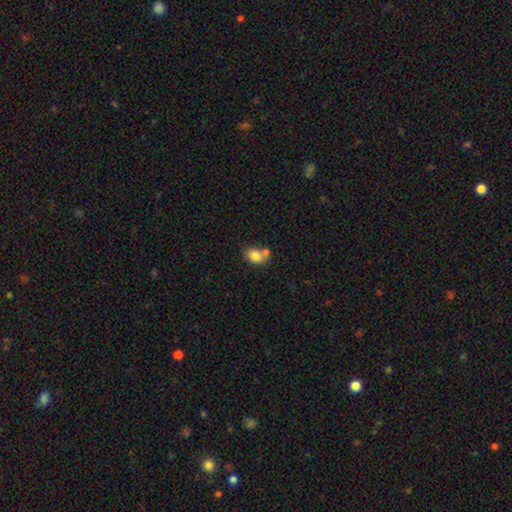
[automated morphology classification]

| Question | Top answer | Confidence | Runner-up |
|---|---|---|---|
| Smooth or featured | smooth | 81% | featured or disk (10%) |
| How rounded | in between | 69% | round (30%) |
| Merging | none | 44% | merger (35%) |